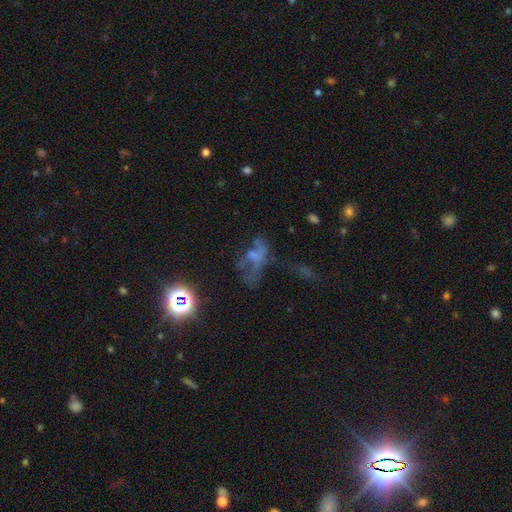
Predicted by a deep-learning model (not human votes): Smooth or featured? featured or disk (40%)
Merging? major disturbance (40%)